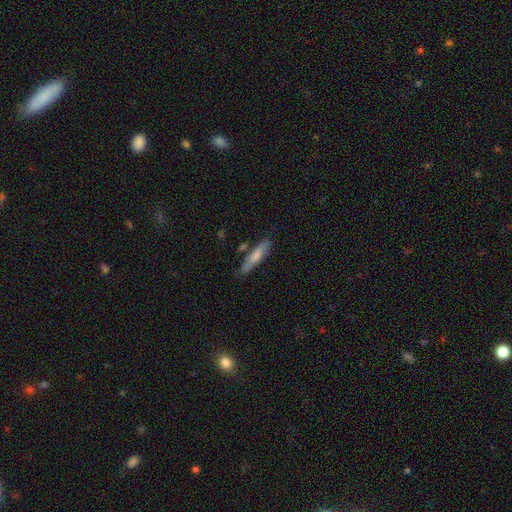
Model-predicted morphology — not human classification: Smooth or featured: smooth — 65% (featured or disk — 29%)
How rounded: cigar-shaped — 81% (in between — 17%)
Merging: none — 74% (minor disturbance — 17%)